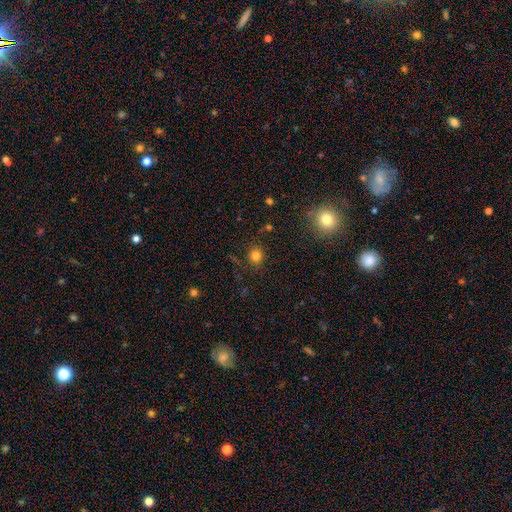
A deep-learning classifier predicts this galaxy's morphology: Smooth or featured?
  - smooth: 79% *
  - star or artifact: 15%
  - featured or disk: 6%
How rounded?
  - round: 83% *
  - in between: 16%
  - cigar-shaped: 1%
Merging?
  - none: 85% *
  - minor disturbance: 10%
  - major disturbance: 3%
  - merger: 2%